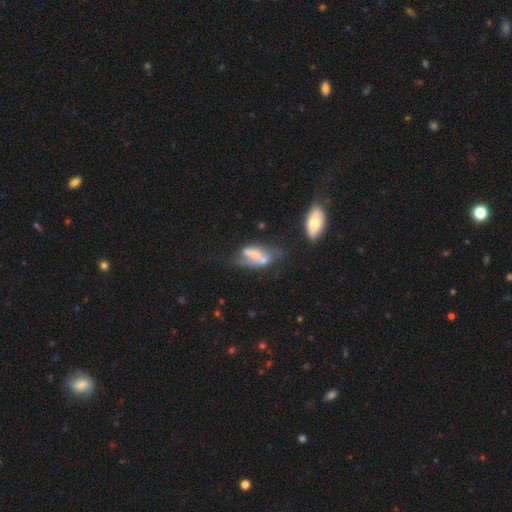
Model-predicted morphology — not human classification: This is possibly a featured or disk galaxy (48%). Merging: marginally major disturbance (28%).